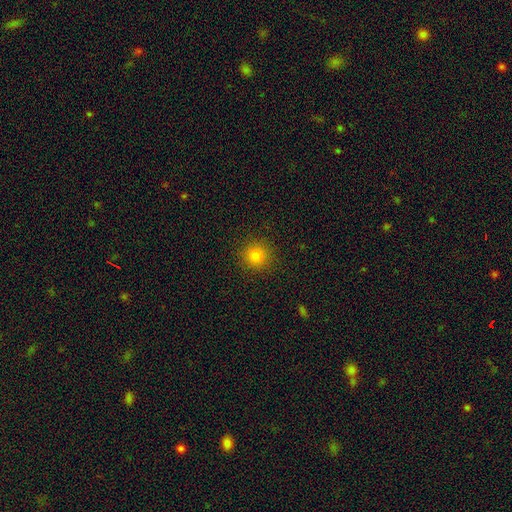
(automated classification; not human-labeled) smooth 83%, star or artifact 13%, featured or disk 4%. Down the decision tree: how rounded — round (93%); merging — none (91%).